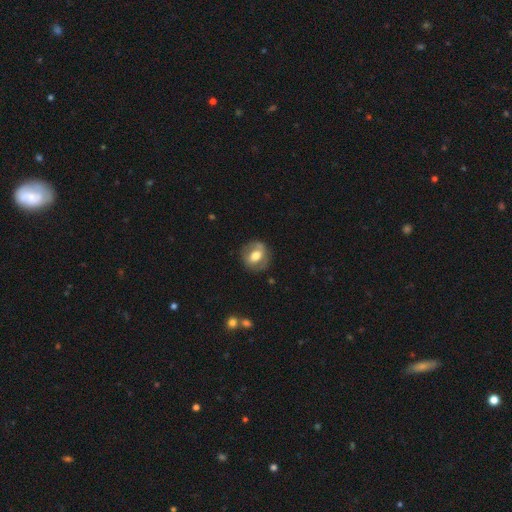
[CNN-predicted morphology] Overall: smooth (55%; featured or disk 38%). How rounded: round (65%; in between 34%). Merging: none (77%).